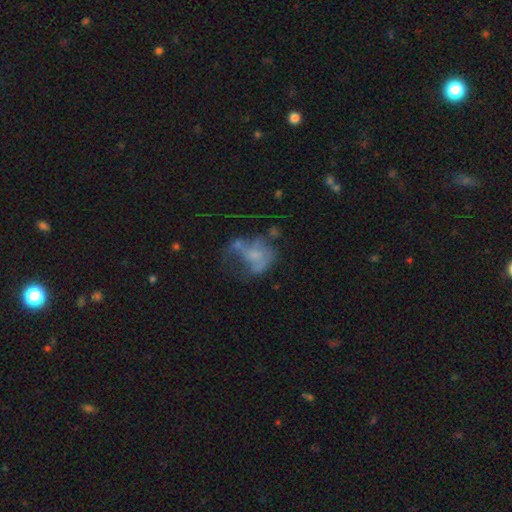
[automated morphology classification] Smooth or featured? featured or disk (50%)
Edge-on disk? no (98%)
Merging? major disturbance (43%)